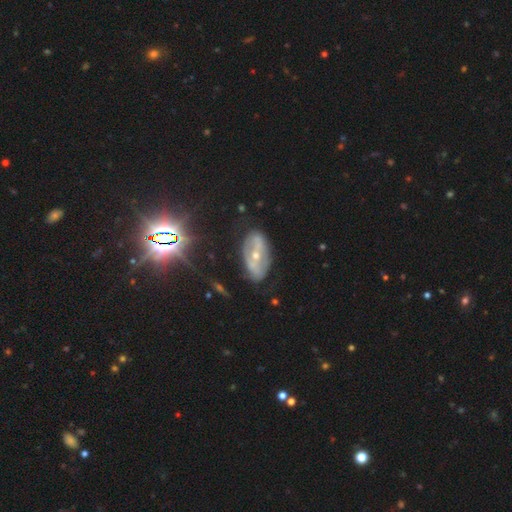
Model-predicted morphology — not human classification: This appears to be a featured or disk galaxy (71%) with a strong bar (50%), spiral arms (51%) and a small central bulge (59%). Merging: none (74%).